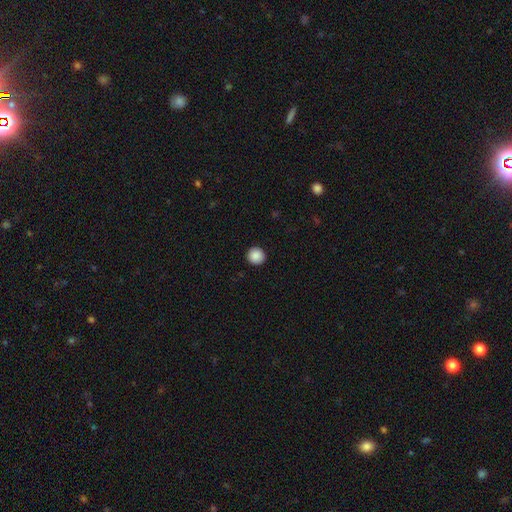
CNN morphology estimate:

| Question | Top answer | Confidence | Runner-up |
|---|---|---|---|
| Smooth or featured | smooth | 89% | star or artifact (9%) |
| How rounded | round | 95% | in between (4%) |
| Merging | none | 93% | minor disturbance (5%) |